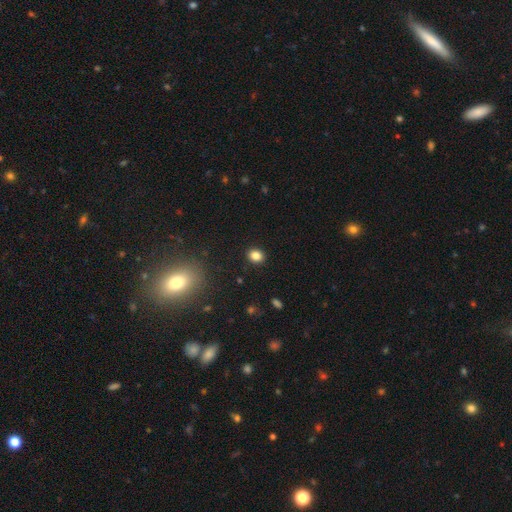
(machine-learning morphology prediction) Smooth or featured? smooth (84%)
How rounded? round (58%)
Merging? none (90%)